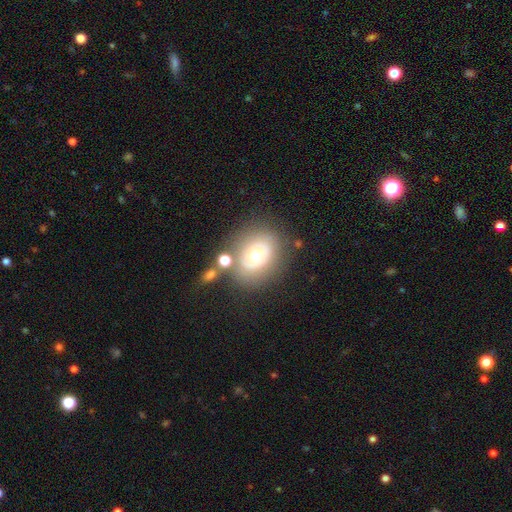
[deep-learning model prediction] Q: Smooth or featured?
A: featured or disk (45%); runner-up: smooth (44%)
Q: Merging?
A: none (65%); runner-up: minor disturbance (16%)